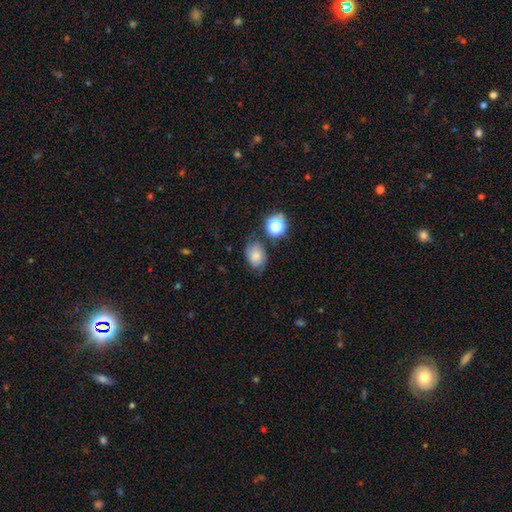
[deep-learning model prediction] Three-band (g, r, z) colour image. It shows a smooth galaxy with no disk features (66%) that is in between round and cigar-shaped (69%). Merging: none (60%).